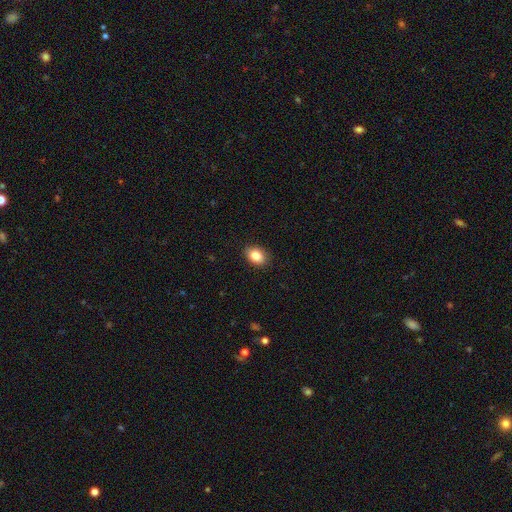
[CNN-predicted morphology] Q: Smooth or featured?
A: smooth (86%); runner-up: star or artifact (8%)
Q: How rounded?
A: in between (74%); runner-up: round (25%)
Q: Merging?
A: none (88%); runner-up: minor disturbance (9%)